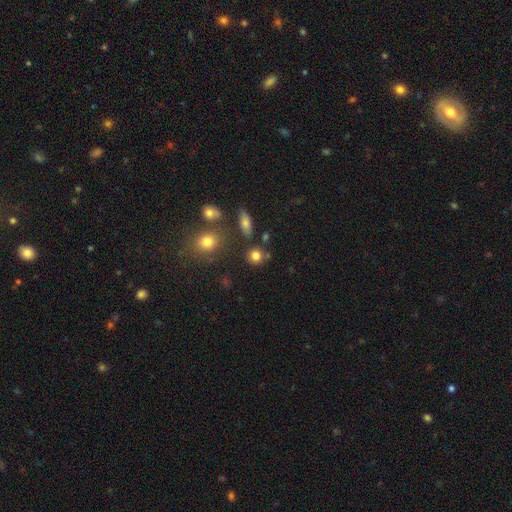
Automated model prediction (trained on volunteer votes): smooth-or-featured: smooth: 81% | star or artifact: 12% | featured or disk: 8%
  how-rounded: round: 86% | in between: 13% | cigar-shaped: 1%
  merging: none: 78% | minor disturbance: 10% | merger: 9% | major disturbance: 3%